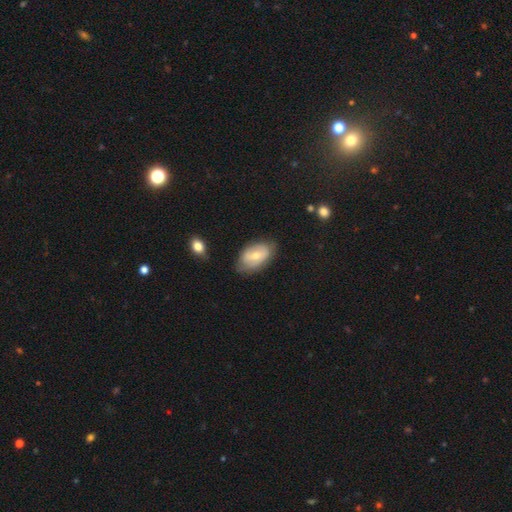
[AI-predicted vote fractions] Smooth or featured?
  - smooth: 49% *
  - featured or disk: 45%
  - star or artifact: 7%
Merging?
  - none: 69% *
  - minor disturbance: 24%
  - major disturbance: 6%
  - merger: 2%